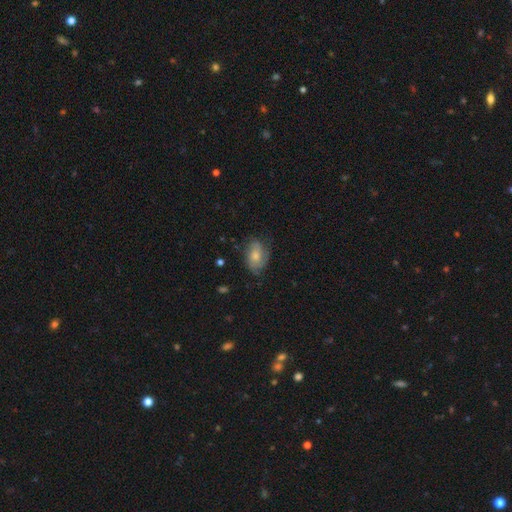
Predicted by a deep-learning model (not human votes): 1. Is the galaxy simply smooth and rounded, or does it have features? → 58% smooth, 35% featured or disk, 8% star or artifact.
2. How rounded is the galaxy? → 86% in between, 12% round, 2% cigar-shaped.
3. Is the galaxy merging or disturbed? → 64% none, 25% minor disturbance, 9% major disturbance, 1% merger.